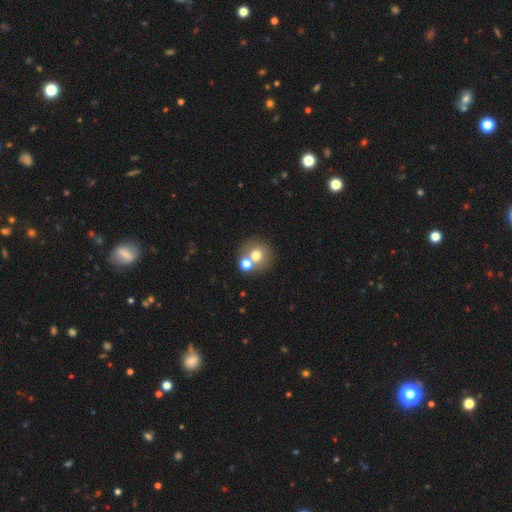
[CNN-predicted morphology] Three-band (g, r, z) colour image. It shows a smooth galaxy with no disk features (70%) that is round (88%). Merging: none (55%).